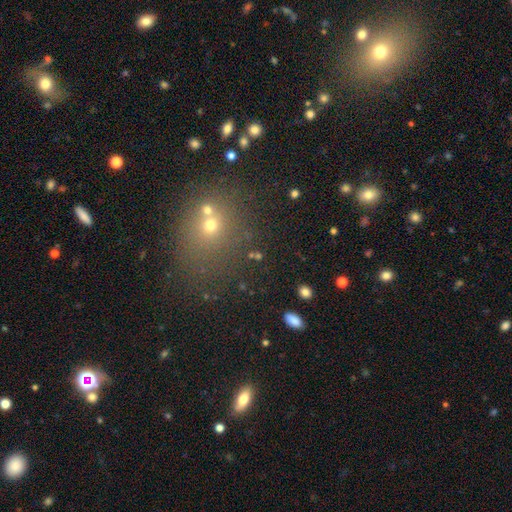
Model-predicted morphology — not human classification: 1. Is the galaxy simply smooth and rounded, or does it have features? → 55% smooth, 31% star or artifact, 13% featured or disk.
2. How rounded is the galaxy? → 58% round, 39% in between, 3% cigar-shaped.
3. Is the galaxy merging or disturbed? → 65% none, 19% merger, 10% minor disturbance, 6% major disturbance.